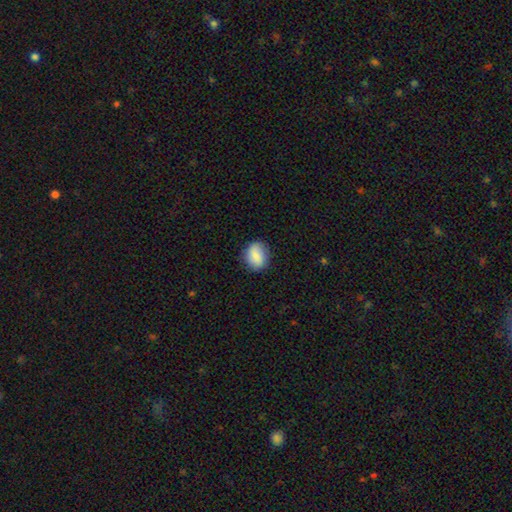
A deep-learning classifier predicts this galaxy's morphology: smooth_or_featured: smooth (p=0.85) [alt: featured or disk p=0.08]
how_rounded: round (p=0.54) [alt: in between p=0.45]
merging: none (p=0.83) [alt: minor disturbance p=0.13]